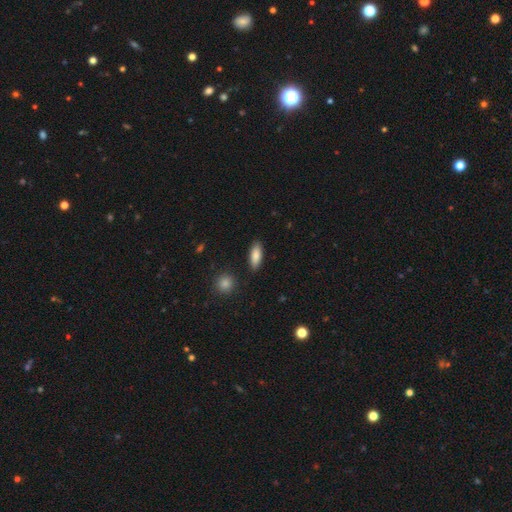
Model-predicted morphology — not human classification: Smooth or featured? smooth (84%)
How rounded? in between (74%)
Merging? none (87%)